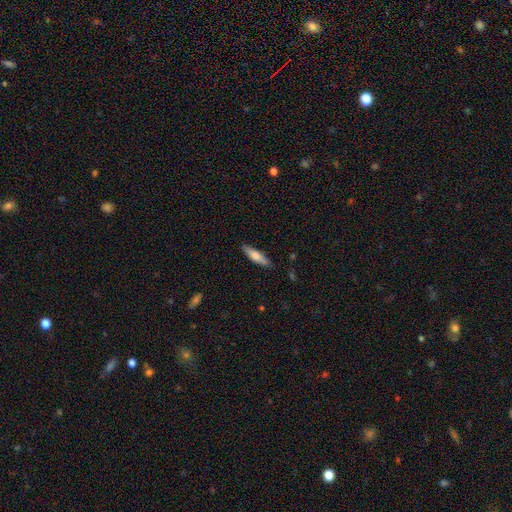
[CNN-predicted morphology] smooth-or-featured: smooth: 66% | featured or disk: 28% | star or artifact: 6%
  how-rounded: cigar-shaped: 71% | in between: 28% | round: 2%
  merging: none: 86% | minor disturbance: 11% | major disturbance: 2% | merger: 1%